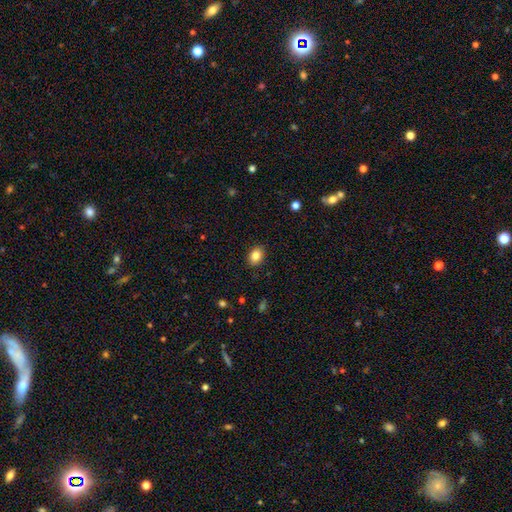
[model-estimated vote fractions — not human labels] smooth 84%, star or artifact 9%, featured or disk 7%. Down the decision tree: how rounded — in between (72%); merging — none (89%).